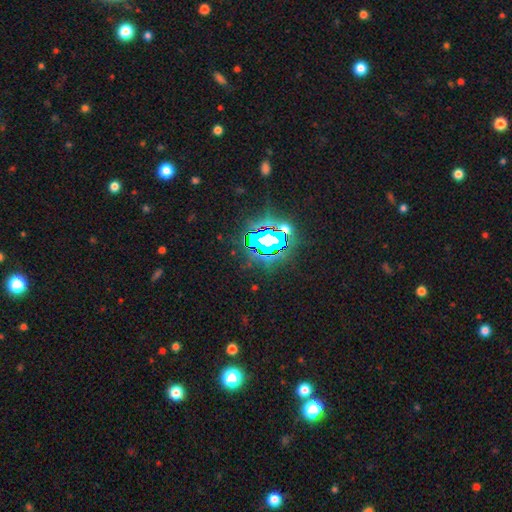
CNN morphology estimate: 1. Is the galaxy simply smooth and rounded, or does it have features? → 85% star or artifact, 9% smooth, 6% featured or disk.